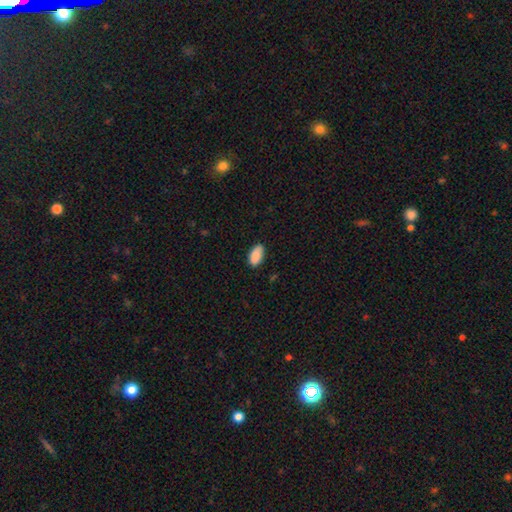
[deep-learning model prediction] smooth 90%, star or artifact 7%, featured or disk 4%. Down the decision tree: how rounded — in between (94%); merging — none (82%).